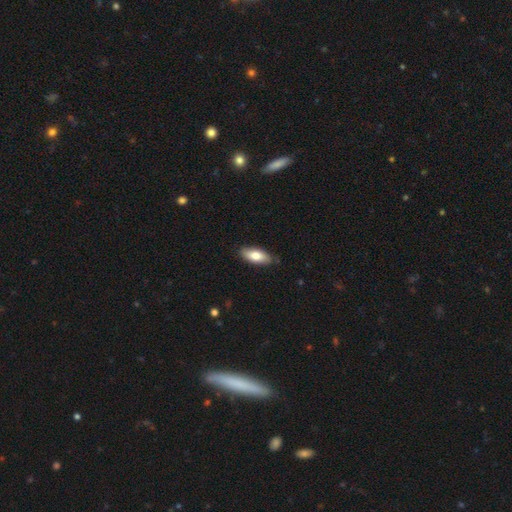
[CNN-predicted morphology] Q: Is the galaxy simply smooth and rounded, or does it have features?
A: smooth — 76%.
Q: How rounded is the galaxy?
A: in between — 83%.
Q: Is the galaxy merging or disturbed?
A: none — 80%.